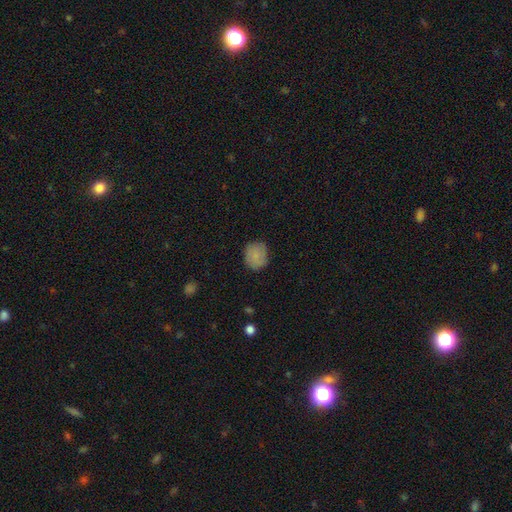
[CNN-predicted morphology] The model was most divided on "how rounded": round: 73%, in between: 26%, cigar-shaped: 1%. More confident: merging — none (78%); smooth or featured — smooth (75%).